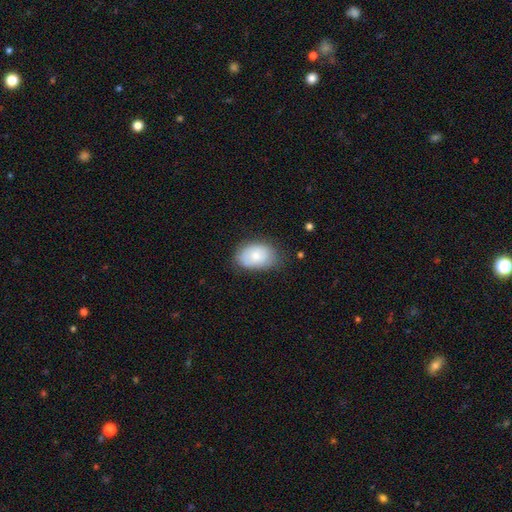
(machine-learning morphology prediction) A smooth galaxy with no disk features (74%) that is in between round and cigar-shaped (84%). Merging: none (71%).